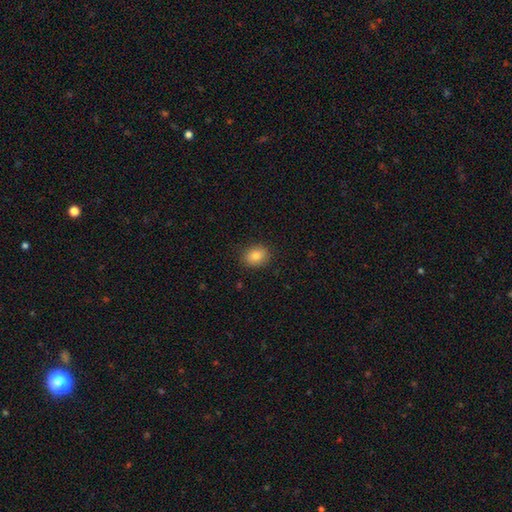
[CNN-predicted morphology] This appears to be a smooth galaxy with no disk features (83%) that is in between round and cigar-shaped (56%). Merging: none (88%).